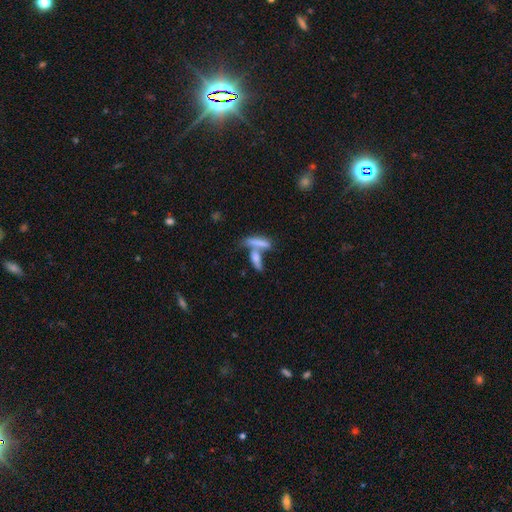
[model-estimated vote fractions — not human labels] A smooth galaxy with no disk features (67%) that is cigar-shaped (58%).

Vote fractions:
- Smooth or featured? smooth: 67% / featured or disk: 24% / star or artifact: 10%
- How rounded? cigar-shaped: 58% / in between: 38% / round: 4%
- Merging? merger: 51% / none: 35% / minor disturbance: 8% / major disturbance: 5%